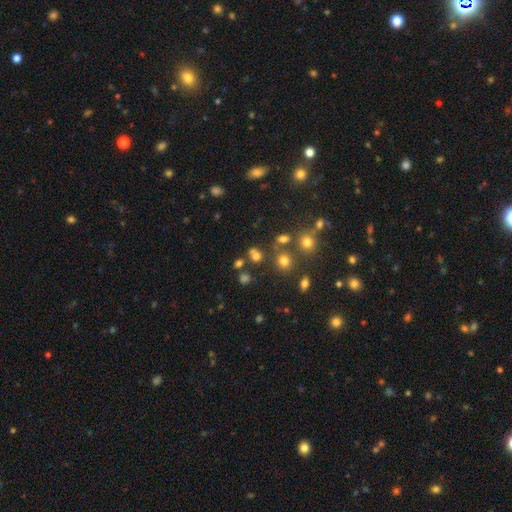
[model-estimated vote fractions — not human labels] Smooth or featured? smooth (65%)
How rounded? round (76%)
Merging? none (62%)